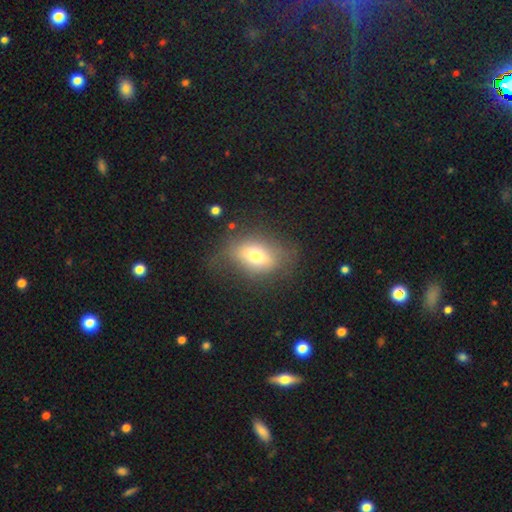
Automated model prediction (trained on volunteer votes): This is likely a smooth galaxy (62%). How rounded: likely in between (74%). Merging: possibly none (57%).